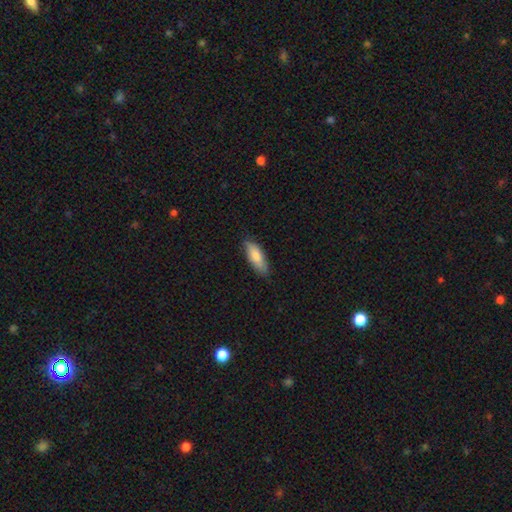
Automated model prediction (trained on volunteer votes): Overall: smooth (82%). How rounded: in between (69%; cigar-shaped 29%). Merging: none (80%).